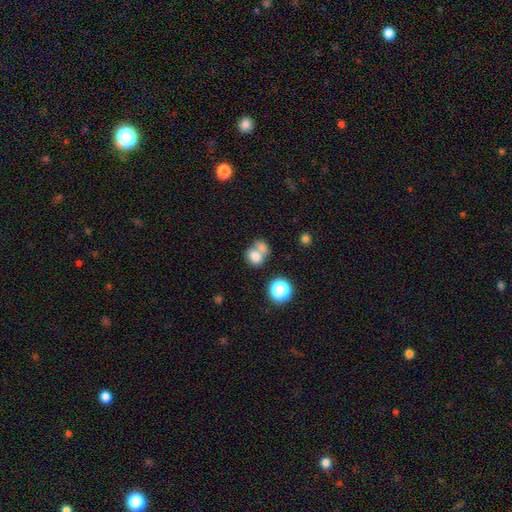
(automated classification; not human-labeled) Q: Smooth or featured?
A: smooth (76%); runner-up: star or artifact (12%)
Q: How rounded?
A: round (51%); runner-up: in between (48%)
Q: Merging?
A: merger (57%); runner-up: none (28%)